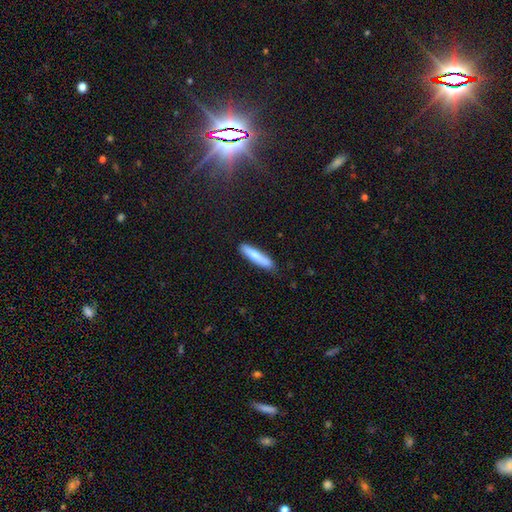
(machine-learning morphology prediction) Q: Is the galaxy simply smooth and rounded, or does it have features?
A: smooth — 74%.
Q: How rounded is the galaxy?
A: cigar-shaped — 85%.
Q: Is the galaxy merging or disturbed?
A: none — 85%.